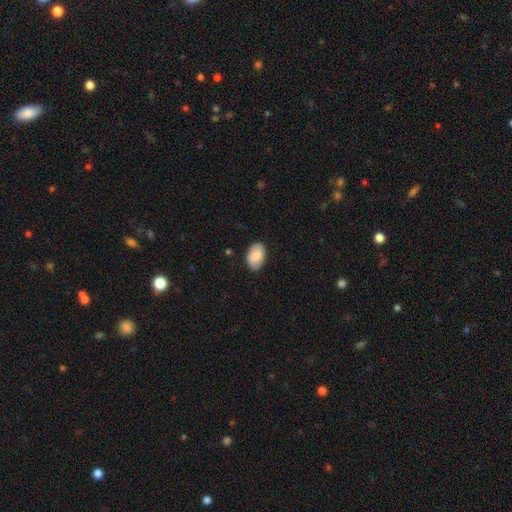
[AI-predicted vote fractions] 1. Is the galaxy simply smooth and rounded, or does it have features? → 87% smooth, 7% featured or disk, 6% star or artifact.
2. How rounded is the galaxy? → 91% in between, 8% round, 1% cigar-shaped.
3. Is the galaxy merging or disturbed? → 85% none, 11% minor disturbance, 2% major disturbance, 1% merger.